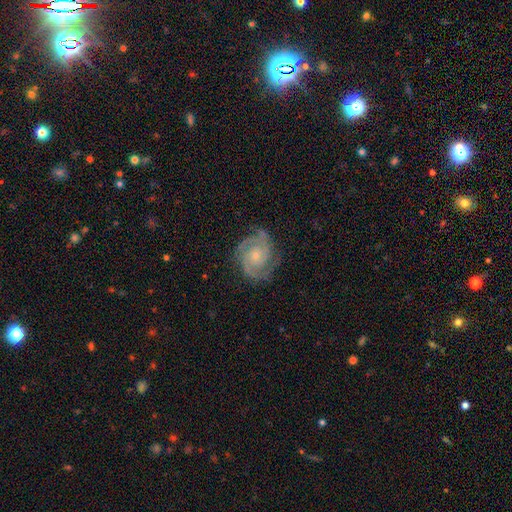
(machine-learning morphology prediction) Q: Smooth or featured?
A: featured or disk (89%); runner-up: smooth (6%)
Q: Edge-on disk?
A: no (98%); runner-up: yes (2%)
Q: Bar?
A: no (73%); runner-up: weak (22%)
Q: Spiral arms?
A: yes (98%); runner-up: no (2%)
Q: Spiral winding?
A: tight (58%); runner-up: medium (37%)
Q: Spiral arm count?
A: 2 (57%); runner-up: 3 (26%)
Q: Bulge size?
A: small (68%); runner-up: moderate (27%)
Q: Merging?
A: none (78%); runner-up: minor disturbance (16%)